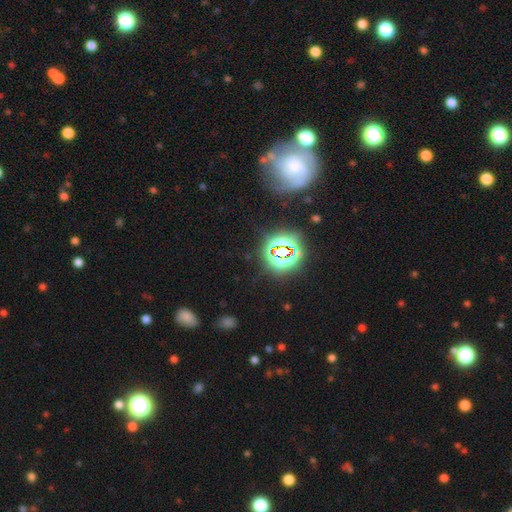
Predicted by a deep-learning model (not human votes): smooth-or-featured: star or artifact: 58% | smooth: 22% | featured or disk: 20%